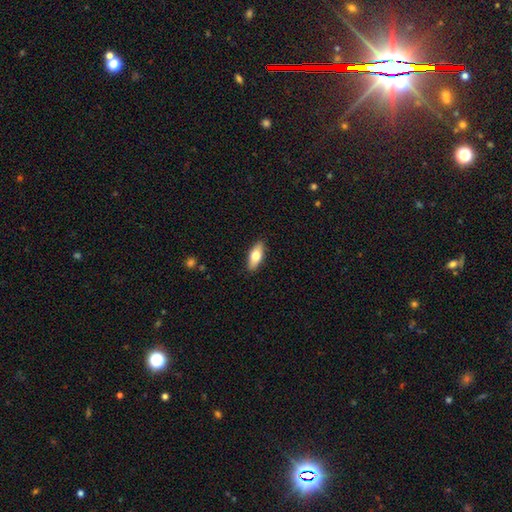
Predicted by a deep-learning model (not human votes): A smooth galaxy with no disk features (71%) that is in between round and cigar-shaped (77%).

Vote fractions:
- Smooth or featured? smooth: 71% / featured or disk: 23% / star or artifact: 6%
- How rounded? in between: 77% / cigar-shaped: 20% / round: 3%
- Merging? none: 89% / minor disturbance: 8% / major disturbance: 2% / merger: 1%